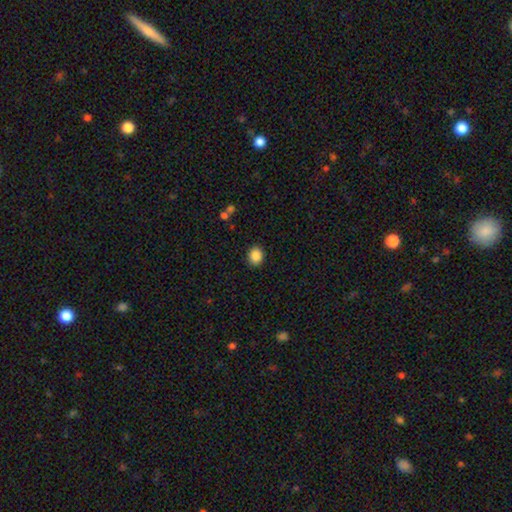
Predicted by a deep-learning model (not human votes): A smooth galaxy with no disk features (87%) that is round (65%).

Vote fractions:
- Smooth or featured? smooth: 87% / star or artifact: 9% / featured or disk: 4%
- How rounded? round: 65% / in between: 34% / cigar-shaped: 1%
- Merging? none: 90% / minor disturbance: 7% / major disturbance: 2% / merger: 1%